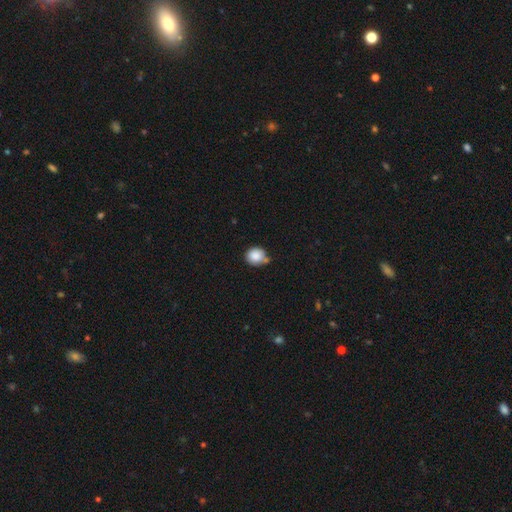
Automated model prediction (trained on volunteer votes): Smooth or featured? Predicted: smooth (p=0.86). How rounded? Predicted: round (p=0.80). Merging? Predicted: none (p=0.58).